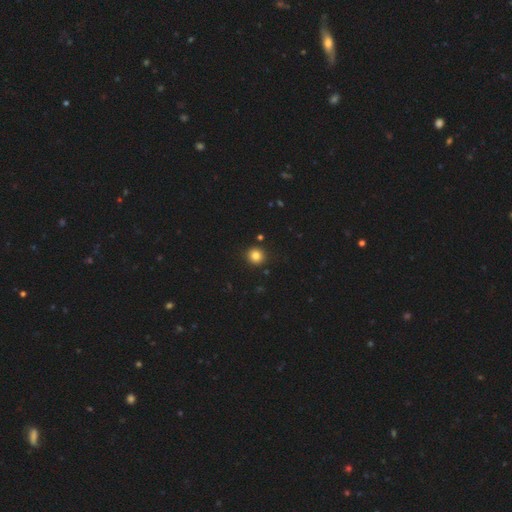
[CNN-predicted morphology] smooth_or_featured: smooth (p=0.83) [alt: star or artifact p=0.12]
how_rounded: round (p=0.93) [alt: in between p=0.06]
merging: none (p=0.91) [alt: minor disturbance p=0.05]